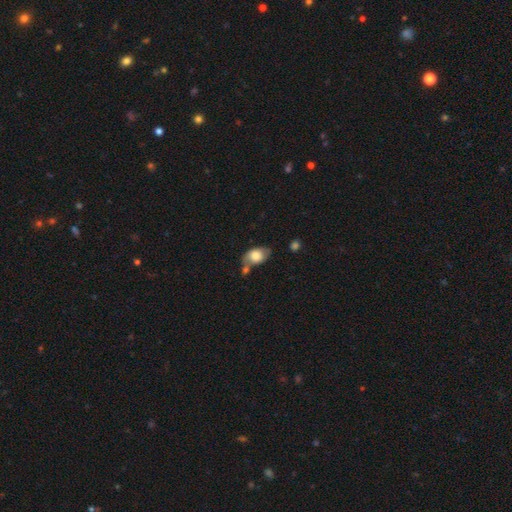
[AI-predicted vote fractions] This appears to be a smooth galaxy with no disk features (73%) that is in between round and cigar-shaped (85%). Merging: none (42%).